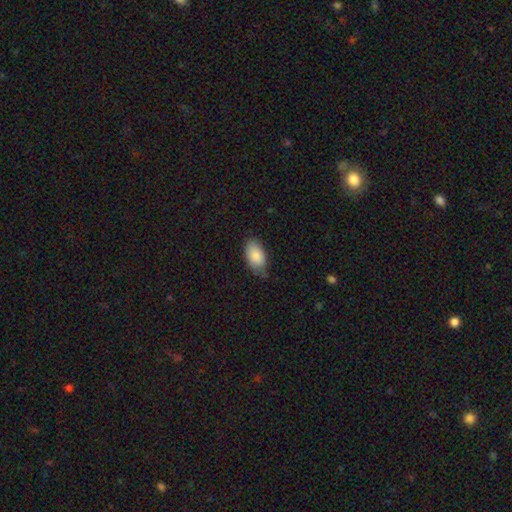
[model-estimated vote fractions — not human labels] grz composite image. It shows a smooth galaxy with no disk features (85%) that is in between round and cigar-shaped (94%). Merging: none (68%).